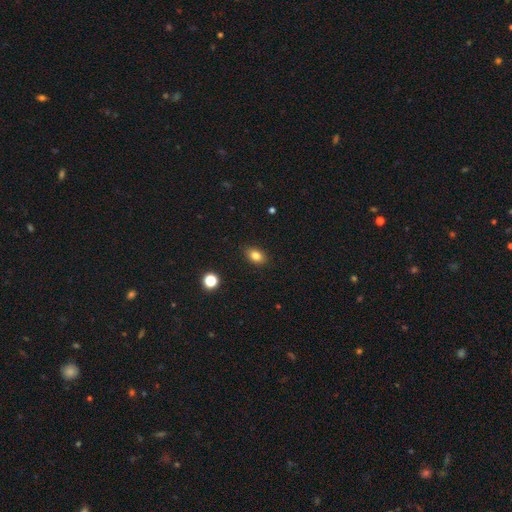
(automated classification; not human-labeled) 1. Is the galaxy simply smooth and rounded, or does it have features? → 82% smooth, 11% star or artifact, 7% featured or disk.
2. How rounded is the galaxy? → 81% in between, 18% round, 2% cigar-shaped.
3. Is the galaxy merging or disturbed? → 87% none, 9% minor disturbance, 2% major disturbance, 1% merger.